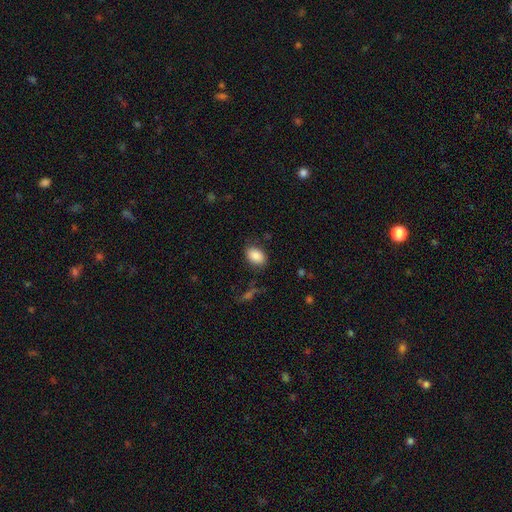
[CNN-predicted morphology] smooth_or_featured: smooth (p=0.87) [alt: star or artifact p=0.08]
how_rounded: in between (p=0.85) [alt: round p=0.14]
merging: none (p=0.81) [alt: minor disturbance p=0.13]